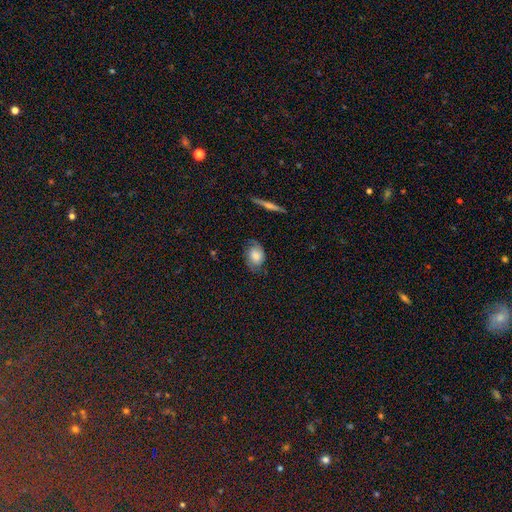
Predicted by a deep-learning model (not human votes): Q: Smooth or featured?
A: smooth (54%); runner-up: featured or disk (37%)
Q: How rounded?
A: in between (73%); runner-up: round (25%)
Q: Merging?
A: none (67%); runner-up: minor disturbance (24%)